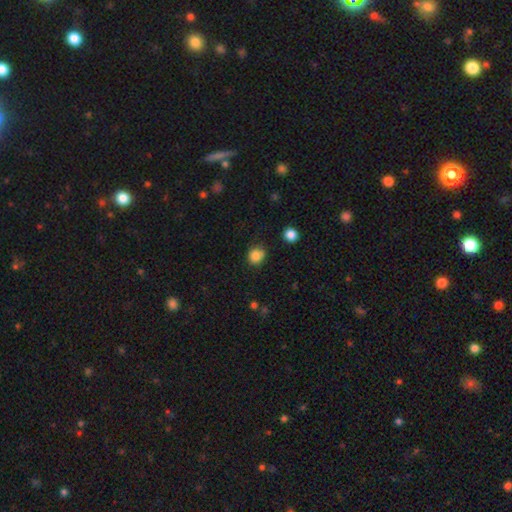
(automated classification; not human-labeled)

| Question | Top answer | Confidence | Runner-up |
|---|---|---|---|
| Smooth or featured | smooth | 84% | star or artifact (11%) |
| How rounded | round | 83% | in between (16%) |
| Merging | none | 79% | minor disturbance (15%) |